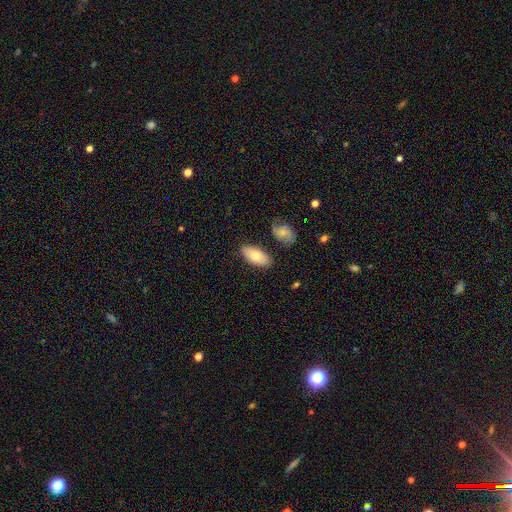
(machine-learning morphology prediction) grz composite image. It shows a smooth galaxy with no disk features (76%) that is in between round and cigar-shaped (93%). Merging: none (80%).